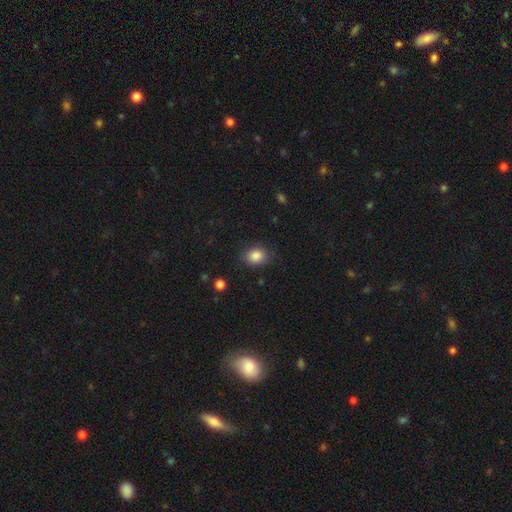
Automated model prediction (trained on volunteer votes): Morphology: type=smooth (86%); roundness=in between (52%); merging=none (81%).